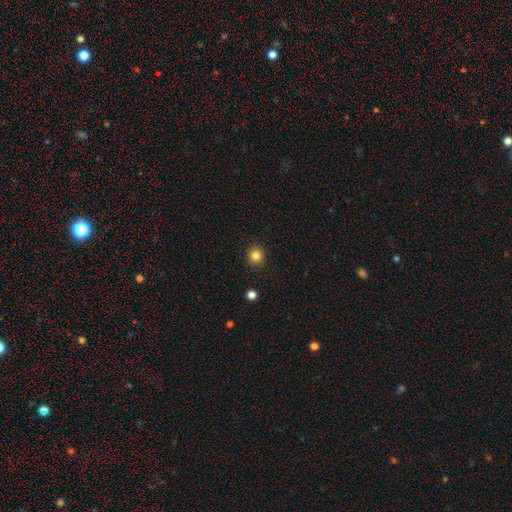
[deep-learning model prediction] Morphology: type=smooth (84%); roundness=round (94%); merging=none (92%).